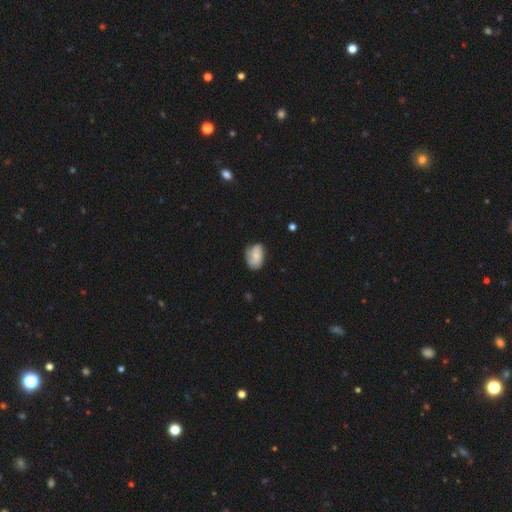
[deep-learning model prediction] Morphology: type=smooth (58%); roundness=in between (82%); merging=none (65%).